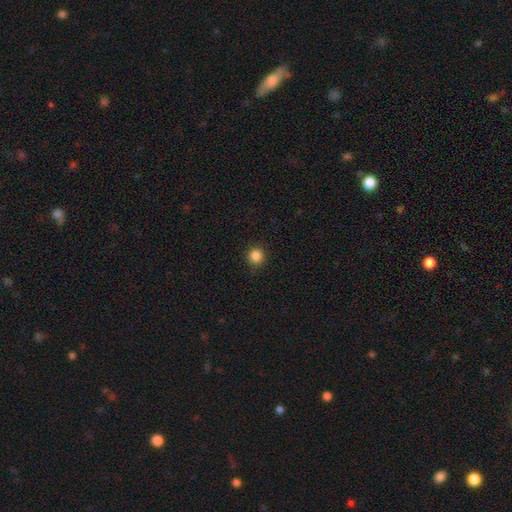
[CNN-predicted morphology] A smooth galaxy with no disk features (85%) that is round (93%).

Vote fractions:
- Smooth or featured? smooth: 85% / star or artifact: 11% / featured or disk: 3%
- How rounded? round: 93% / in between: 7% / cigar-shaped: 1%
- Merging? none: 88% / minor disturbance: 8% / major disturbance: 2% / merger: 1%